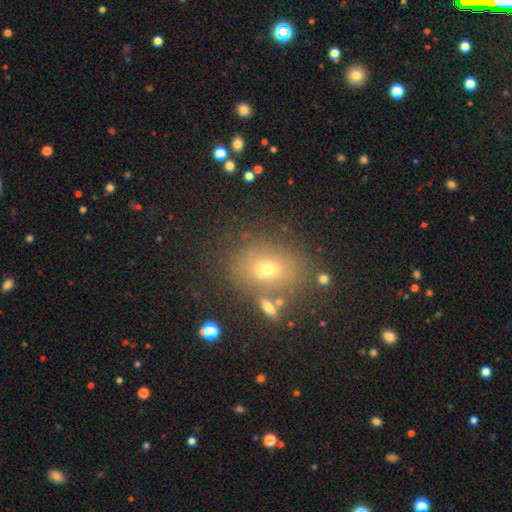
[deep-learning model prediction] The model was most divided on "how rounded": in between: 59%, round: 39%, cigar-shaped: 2%. More confident: merging — none (73%); smooth or featured — smooth (59%).